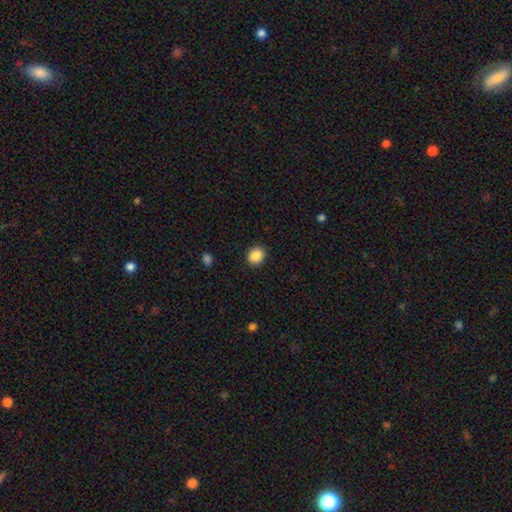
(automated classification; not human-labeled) smooth-or-featured: smooth: 87% | star or artifact: 9% | featured or disk: 4%
  how-rounded: round: 64% | in between: 35% | cigar-shaped: 1%
  merging: none: 90% | minor disturbance: 7% | major disturbance: 2% | merger: 1%